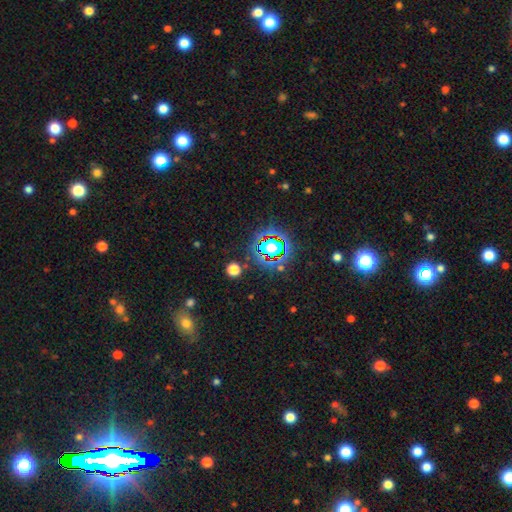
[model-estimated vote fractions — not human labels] A star or artifact, not a galaxy (80%).

Vote fractions:
- Smooth or featured? star or artifact: 80% / smooth: 13% / featured or disk: 7%